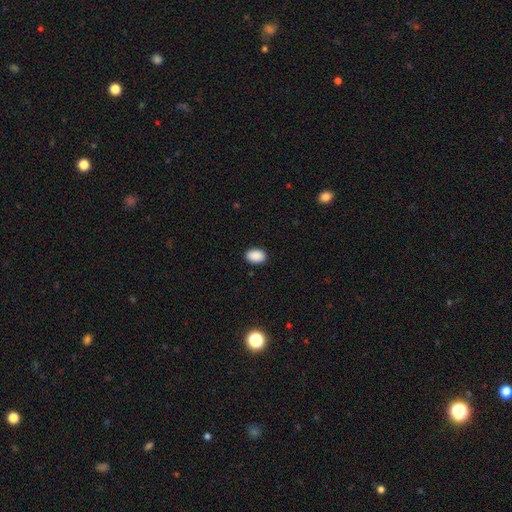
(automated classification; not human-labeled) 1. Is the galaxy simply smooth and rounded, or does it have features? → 90% smooth, 8% star or artifact, 2% featured or disk.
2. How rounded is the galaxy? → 84% in between, 15% round, 1% cigar-shaped.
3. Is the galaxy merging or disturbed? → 90% none, 7% minor disturbance, 2% major disturbance, 1% merger.